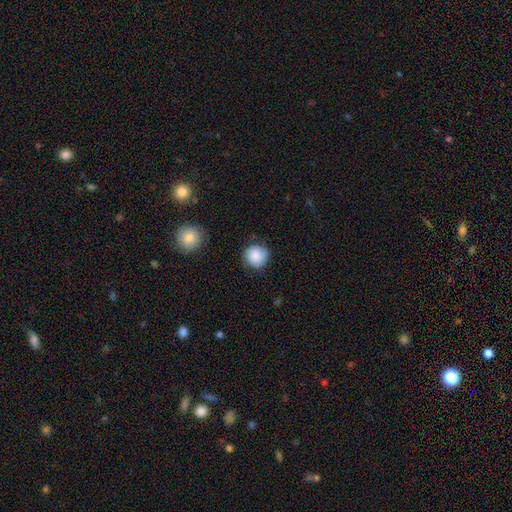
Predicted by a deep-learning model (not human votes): smooth-or-featured: smooth: 83% | featured or disk: 9% | star or artifact: 8%
  how-rounded: round: 91% | in between: 8% | cigar-shaped: 1%
  merging: none: 75% | minor disturbance: 19% | major disturbance: 5% | merger: 2%